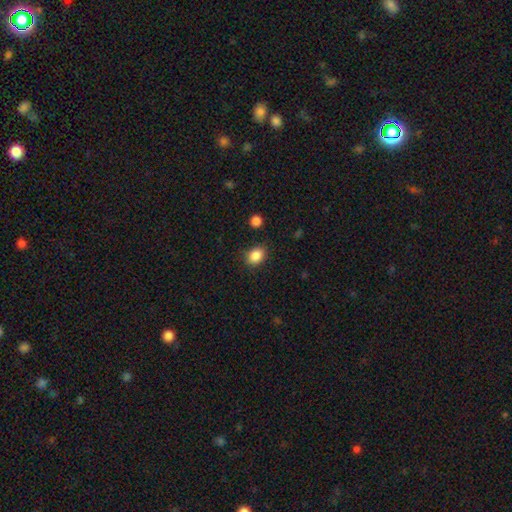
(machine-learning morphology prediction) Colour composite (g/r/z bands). It shows a smooth galaxy with no disk features (87%) that is in between round and cigar-shaped (63%). Merging: none (81%).